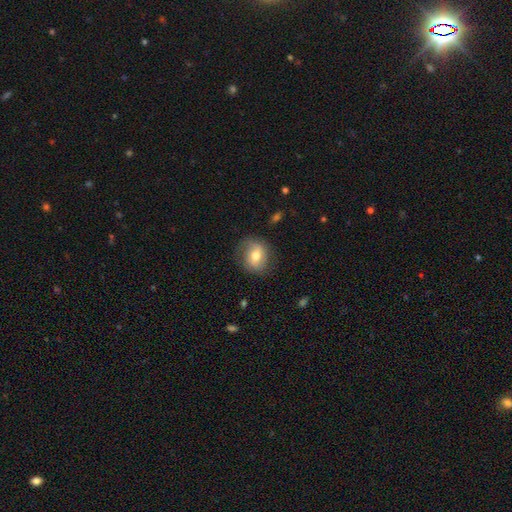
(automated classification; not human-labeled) smooth_or_featured: smooth (p=0.52) [alt: featured or disk p=0.40]
how_rounded: round (p=0.61) [alt: in between p=0.37]
merging: none (p=0.74) [alt: minor disturbance p=0.18]